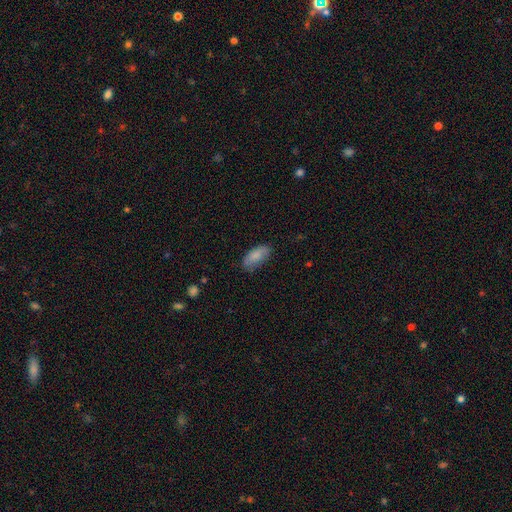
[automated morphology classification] Overall: smooth (84%). How rounded: in between (88%). Merging: none (74%).